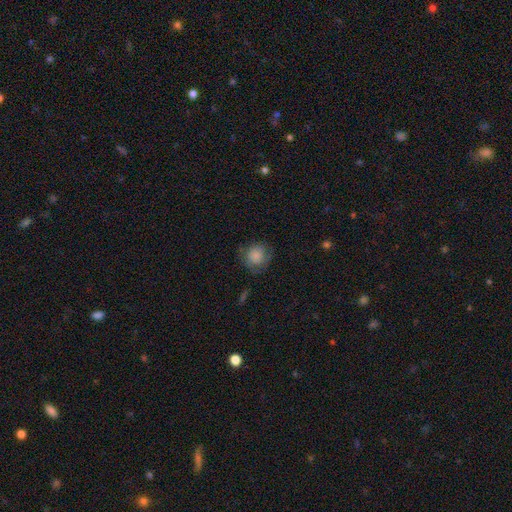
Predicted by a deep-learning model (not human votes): Smooth or featured? smooth (78%)
How rounded? round (85%)
Merging? none (66%)